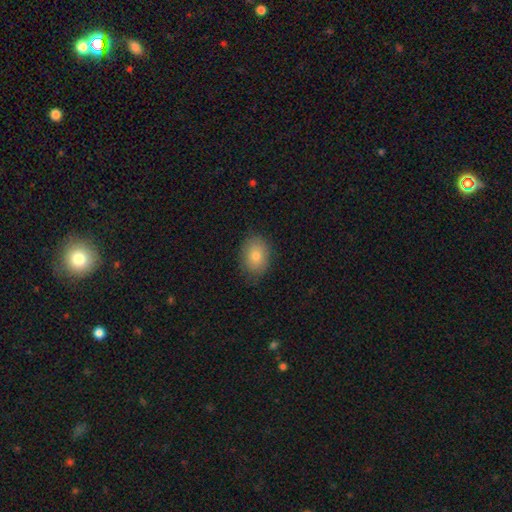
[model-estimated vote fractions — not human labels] A smooth galaxy with no disk features (79%) that is in between round and cigar-shaped (72%).

Vote fractions:
- Smooth or featured? smooth: 79% / featured or disk: 12% / star or artifact: 9%
- How rounded? in between: 72% / round: 27% / cigar-shaped: 1%
- Merging? none: 82% / minor disturbance: 14% / major disturbance: 3% / merger: 1%